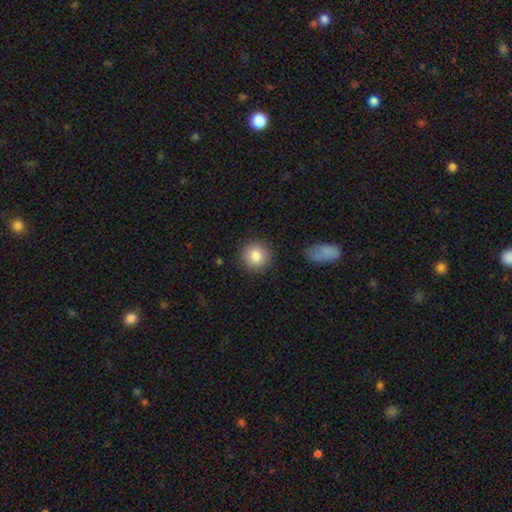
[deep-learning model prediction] The model was most divided on "smooth or featured": smooth: 84%, star or artifact: 9%, featured or disk: 7%. More confident: how rounded — round (94%); merging — none (89%).